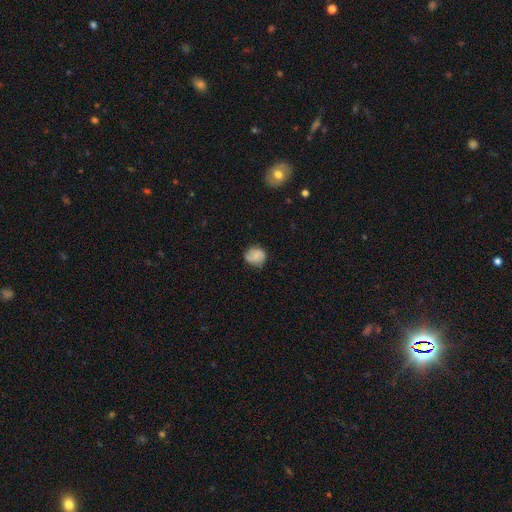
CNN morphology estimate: smooth-or-featured: smooth: 68% | featured or disk: 23% | star or artifact: 9%
  how-rounded: round: 77% | in between: 22% | cigar-shaped: 1%
  merging: none: 69% | minor disturbance: 23% | major disturbance: 6% | merger: 2%